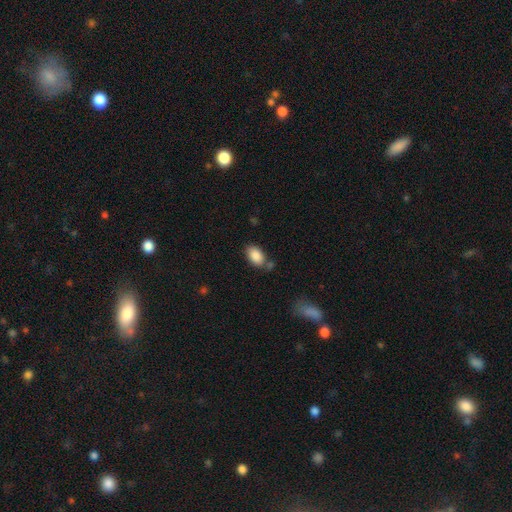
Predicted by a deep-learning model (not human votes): Q: Smooth or featured?
A: smooth (88%); runner-up: star or artifact (7%)
Q: How rounded?
A: in between (92%); runner-up: round (7%)
Q: Merging?
A: none (68%); runner-up: minor disturbance (17%)